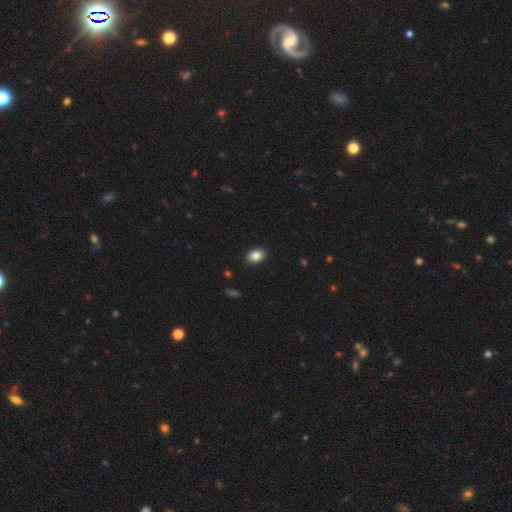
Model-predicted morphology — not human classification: smooth 86%, star or artifact 9%, featured or disk 5%. Down the decision tree: how rounded — in between (79%); merging — none (90%).